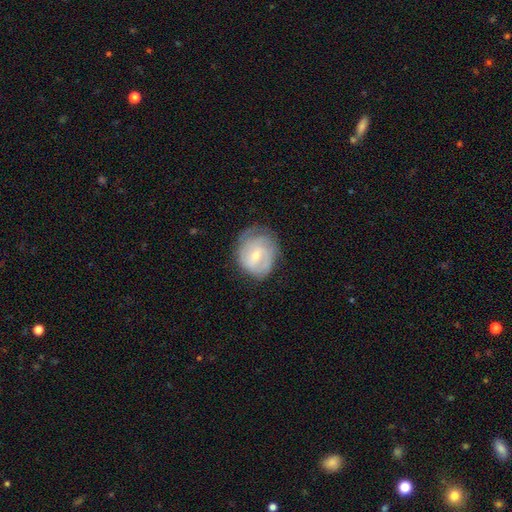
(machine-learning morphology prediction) Smooth or featured: featured or disk — 67% (smooth — 27%)
Edge-on disk: no — 97% (yes — 3%)
Bar: weak — 50% (no — 39%)
Spiral arms: yes — 87% (no — 13%)
Spiral winding: tight — 53% (medium — 35%)
Spiral arm count: can't tell — 36% (2 — 33%)
Bulge size: small — 58% (moderate — 38%)
Merging: none — 61% (minor disturbance — 27%)